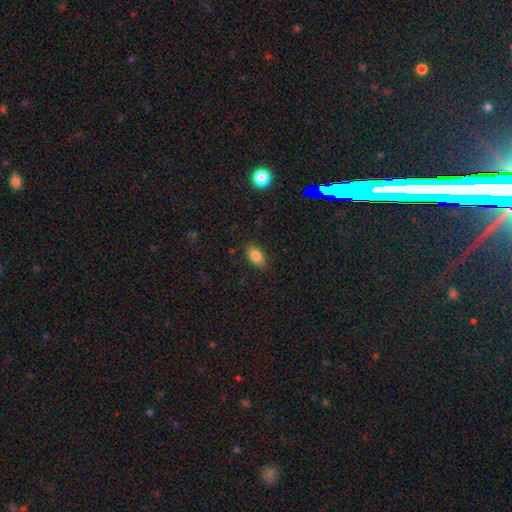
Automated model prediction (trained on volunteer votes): Smooth or featured: smooth — 83% (star or artifact — 9%)
How rounded: in between — 90% (round — 6%)
Merging: none — 85% (minor disturbance — 11%)